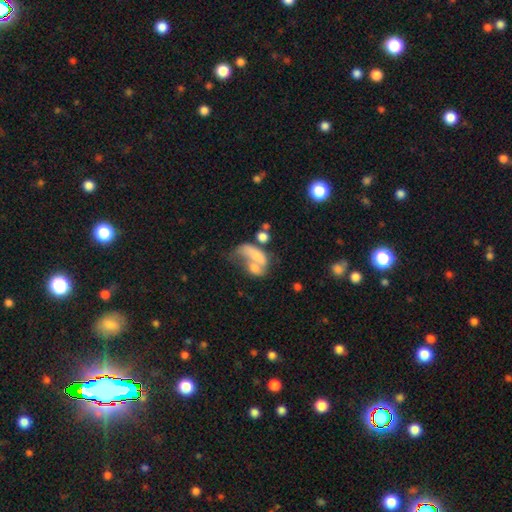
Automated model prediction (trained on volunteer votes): Smooth or featured: smooth — 56% (featured or disk — 34%)
How rounded: in between — 82% (round — 11%)
Merging: merger — 59% (major disturbance — 21%)